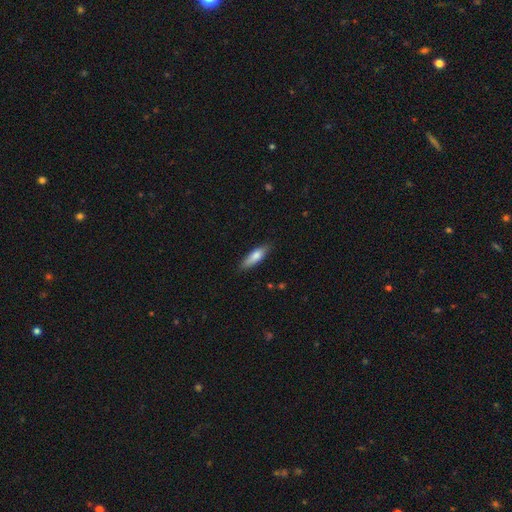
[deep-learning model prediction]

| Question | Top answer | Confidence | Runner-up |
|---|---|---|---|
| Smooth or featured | smooth | 76% | featured or disk (18%) |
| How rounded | cigar-shaped | 56% | in between (42%) |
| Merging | none | 84% | minor disturbance (13%) |